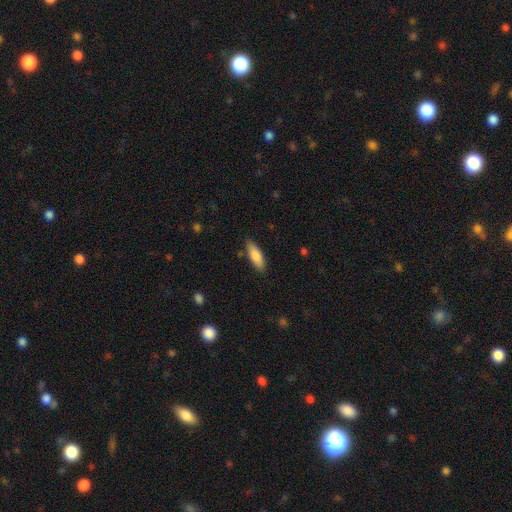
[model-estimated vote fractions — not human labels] Smooth or featured? smooth (83%)
How rounded? in between (59%)
Merging? none (85%)